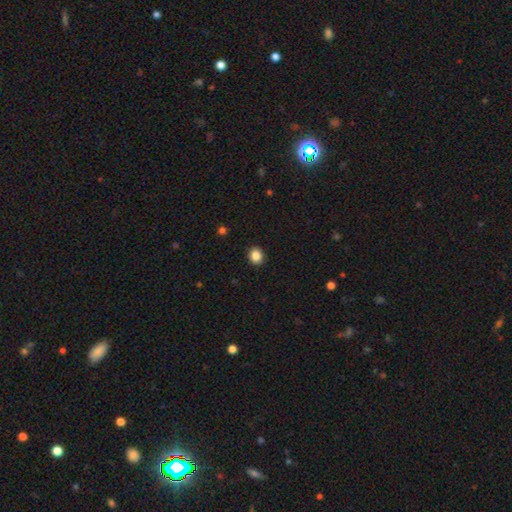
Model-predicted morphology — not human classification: type=smooth (86%); roundness=round (66%); merging=none (91%).